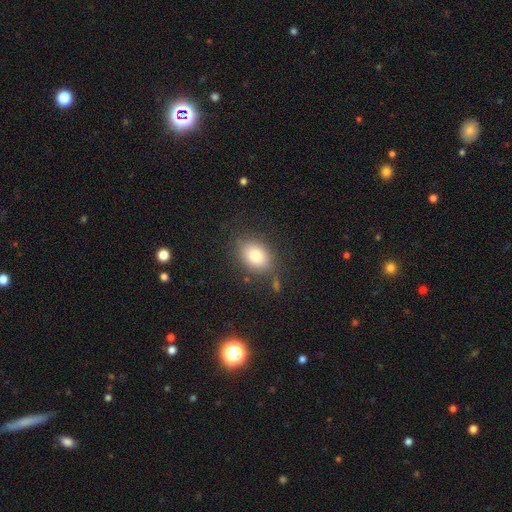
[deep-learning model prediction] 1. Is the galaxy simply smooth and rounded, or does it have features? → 79% smooth, 12% featured or disk, 10% star or artifact.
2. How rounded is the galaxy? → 66% in between, 33% round, 1% cigar-shaped.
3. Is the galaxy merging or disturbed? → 79% none, 13% minor disturbance, 5% major disturbance, 3% merger.